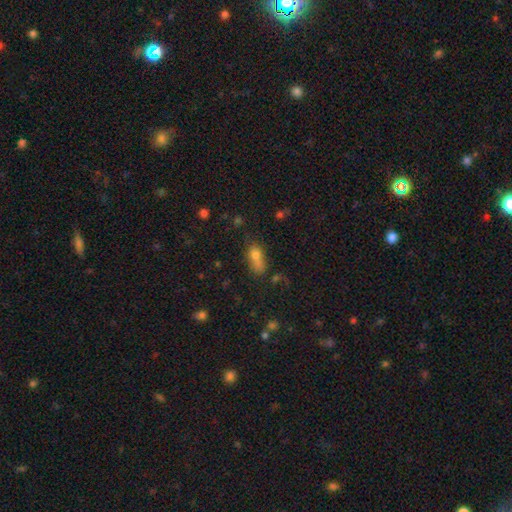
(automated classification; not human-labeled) A smooth galaxy with no disk features (73%) that is in between round and cigar-shaped (71%).

Vote fractions:
- Smooth or featured? smooth: 73% / star or artifact: 14% / featured or disk: 13%
- How rounded? in between: 71% / round: 17% / cigar-shaped: 12%
- Merging? none: 38% / merger: 28% / minor disturbance: 22% / major disturbance: 13%